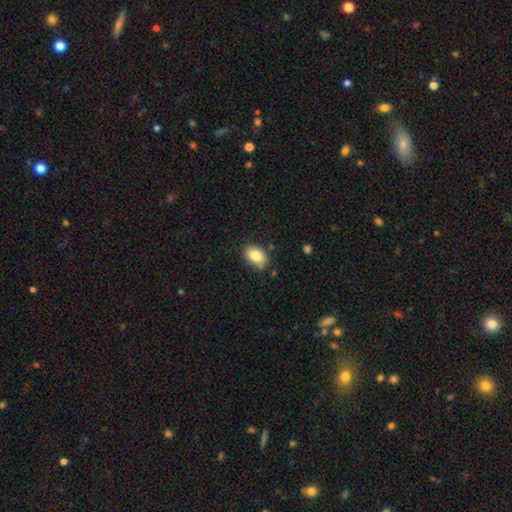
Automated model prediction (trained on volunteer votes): smooth-or-featured: smooth: 82% | featured or disk: 9% | star or artifact: 8%
  how-rounded: in between: 77% | round: 22% | cigar-shaped: 1%
  merging: none: 76% | minor disturbance: 19% | major disturbance: 3% | merger: 2%